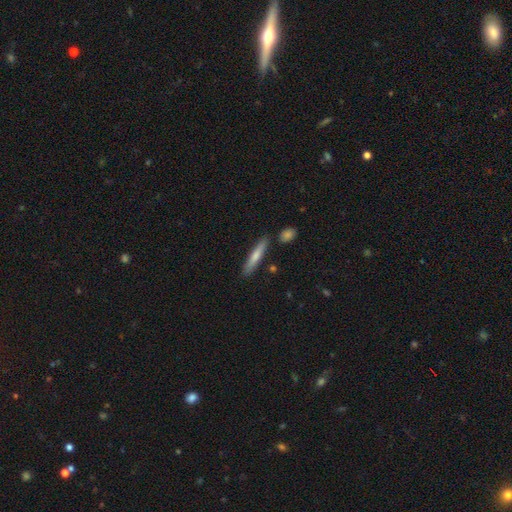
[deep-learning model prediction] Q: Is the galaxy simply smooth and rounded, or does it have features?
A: smooth — 69%.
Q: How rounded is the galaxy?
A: cigar-shaped — 91%.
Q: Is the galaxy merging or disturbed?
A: none — 84%.